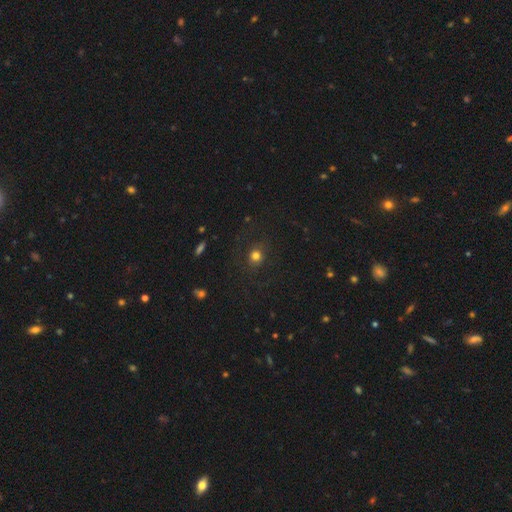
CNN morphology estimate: This appears to be a smooth galaxy with no disk features (73%) that is round (84%). Merging: none (82%).